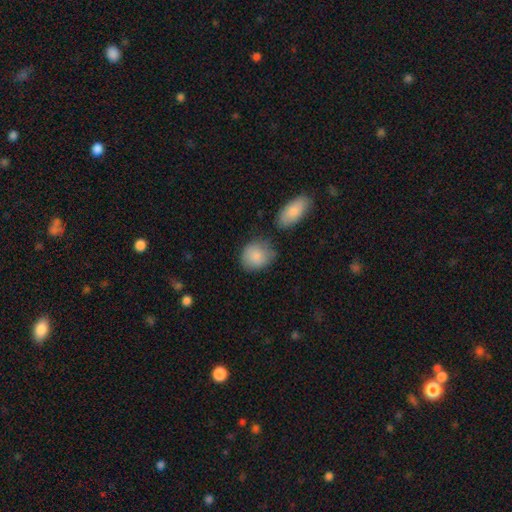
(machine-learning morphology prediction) A smooth galaxy with no disk features (86%) that is round (66%). Merging: none (63%).